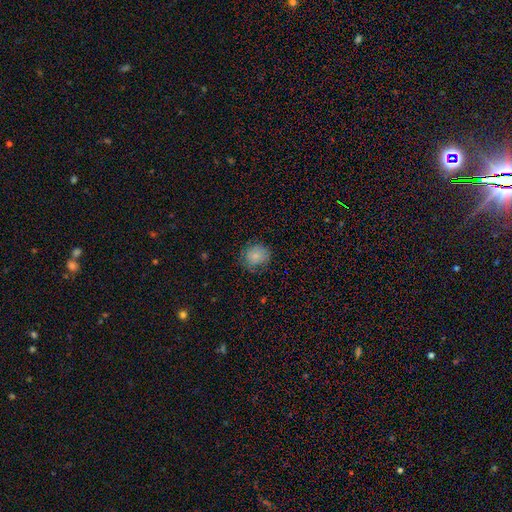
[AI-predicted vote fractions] smooth-or-featured: smooth: 81% | star or artifact: 10% | featured or disk: 9%
  how-rounded: round: 81% | in between: 18% | cigar-shaped: 1%
  merging: none: 77% | minor disturbance: 17% | major disturbance: 5% | merger: 1%